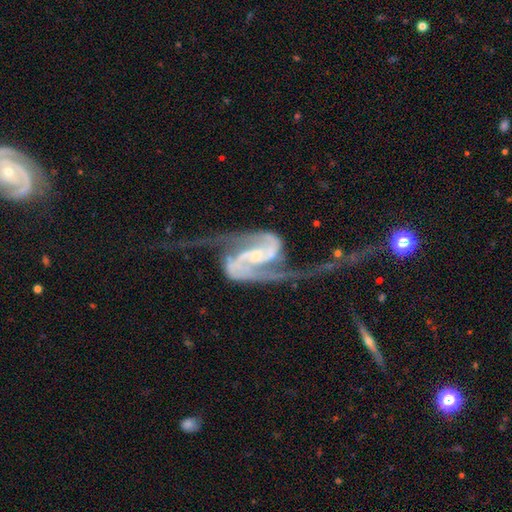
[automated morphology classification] This is clearly a featured or disk galaxy (93%). It is clearly not viewed edge-on (97%). Bar: marginally strong (40%, tied with weak). Spiral arm pattern: clearly yes (98%). Spiral arm count: clearly 2 (94%). Spiral winding: possibly loose (51%). Central bulge: possibly small (48%). Merging: possibly none (49%).